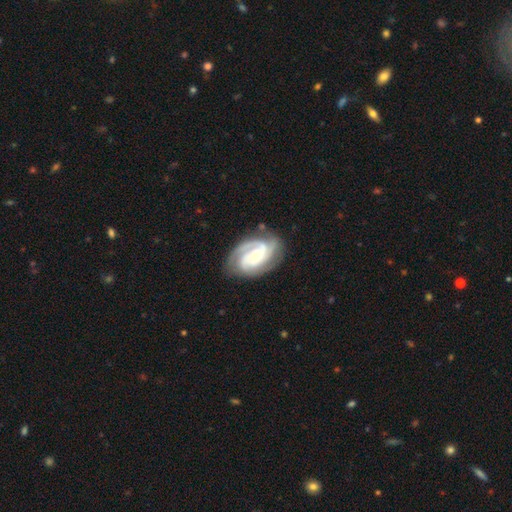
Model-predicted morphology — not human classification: Smooth or featured?
  - featured or disk: 89% *
  - smooth: 7%
  - star or artifact: 4%
Edge-on disk?
  - no: 97% *
  - yes: 3%
Bar?
  - no: 62% *
  - weak: 28%
  - strong: 9%
Spiral arms?
  - yes: 98% *
  - no: 2%
Spiral winding?
  - tight: 61% *
  - medium: 33%
  - loose: 6%
Spiral arm count?
  - 3: 46% *
  - 2: 30%
  - can't tell: 11%
  - 4: 6%
  - 1: 4%
  - more than 4: 3%
Bulge size?
  - small: 48% *
  - moderate: 47%
  - large: 3%
  - none: 1%
  - dominant: 1%
Merging?
  - none: 75% *
  - minor disturbance: 17%
  - major disturbance: 6%
  - merger: 1%